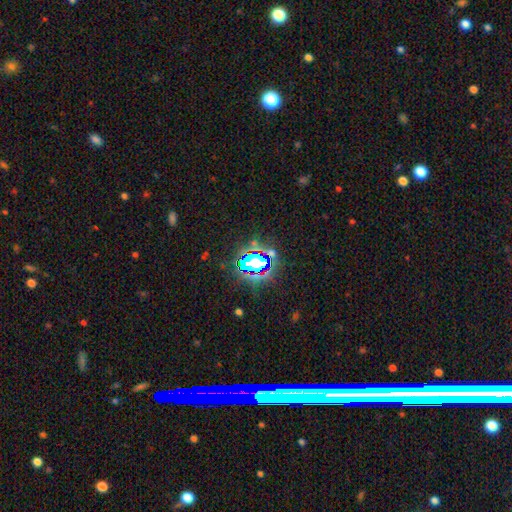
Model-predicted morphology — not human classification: Smooth or featured? Predicted: star or artifact (p=0.76).